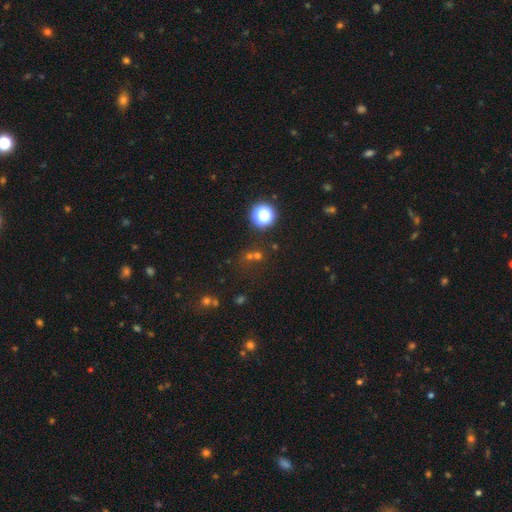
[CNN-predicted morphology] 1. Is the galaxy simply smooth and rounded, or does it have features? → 52% star or artifact, 40% smooth, 8% featured or disk.